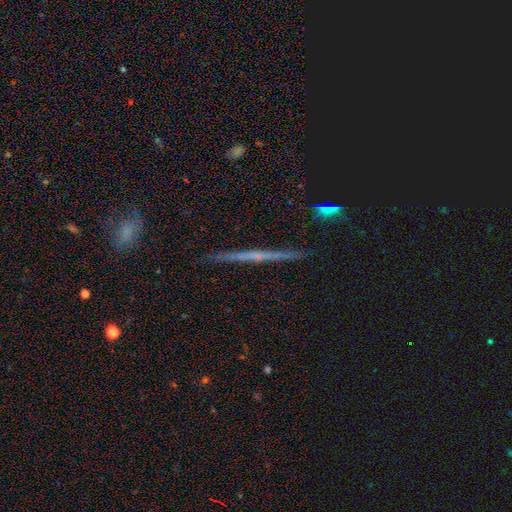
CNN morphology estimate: type=featured or disk (66%); edge-on=yes (98%); edge-on bulge=none (68%); merging=none (92%).